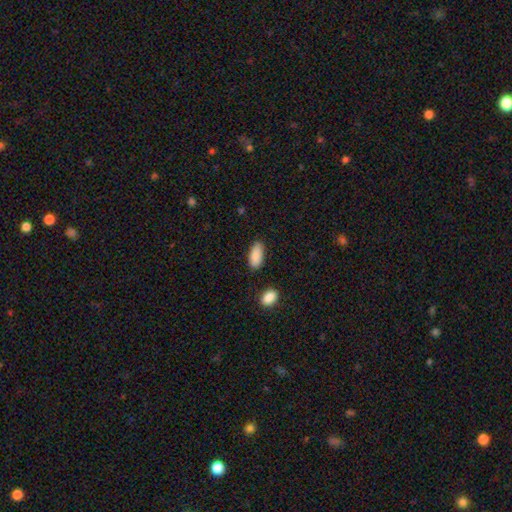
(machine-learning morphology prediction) smooth 89%, star or artifact 6%, featured or disk 4%. Down the decision tree: how rounded — in between (88%); merging — none (83%).